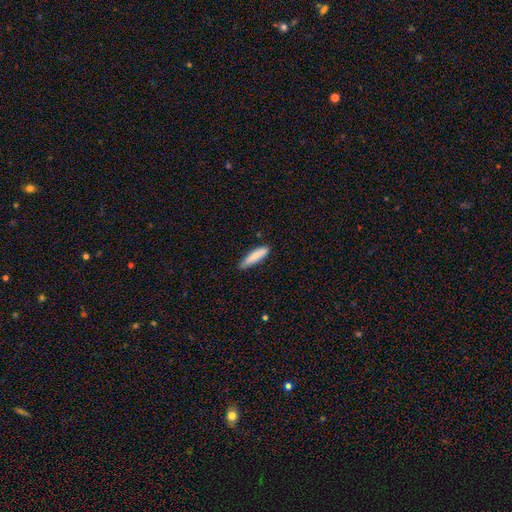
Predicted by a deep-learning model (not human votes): Smooth or featured? Predicted: smooth (p=0.84). How rounded? Predicted: cigar-shaped (p=0.76). Merging? Predicted: none (p=0.80).